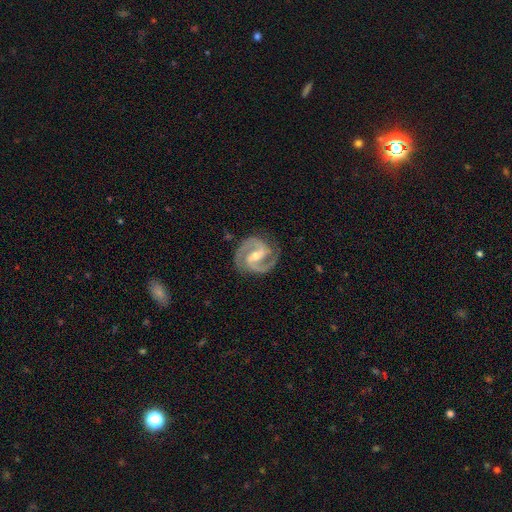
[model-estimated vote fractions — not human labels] A featured or disk galaxy (93%) with a strong bar (47%), 2 (93%) medium (56%) spiral arms (98%) and a moderate central bulge (57%). Merging: none (84%).